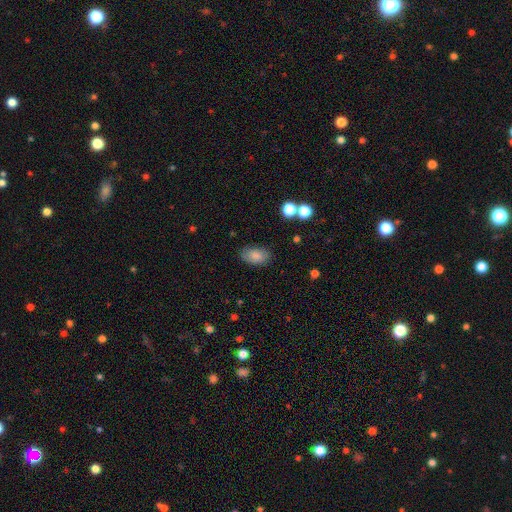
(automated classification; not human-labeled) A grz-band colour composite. It shows a smooth galaxy with no disk features (84%) that is in between round and cigar-shaped (92%). Merging: none (81%).